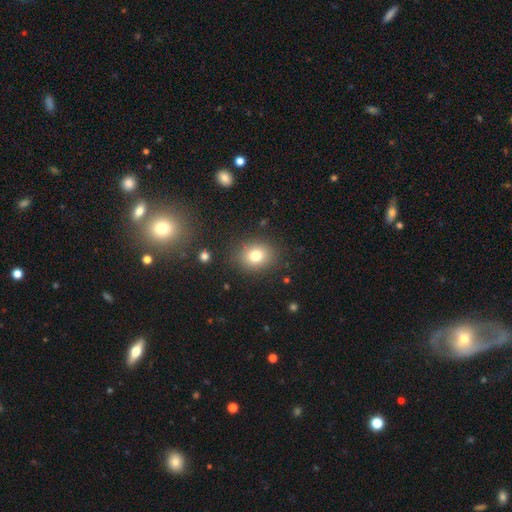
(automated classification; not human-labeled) This is likely a smooth galaxy (78%). How rounded: possibly round (57%). Merging: clearly none (85%).